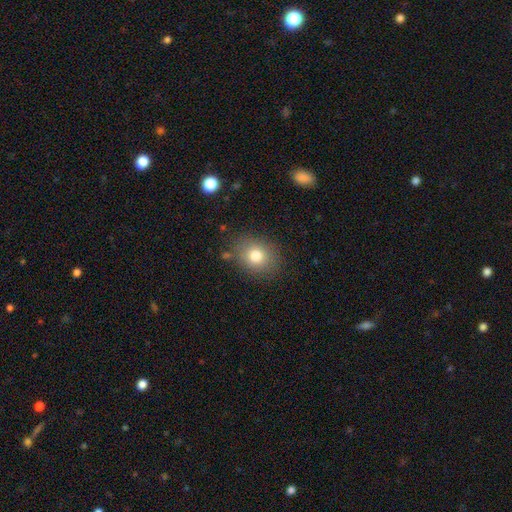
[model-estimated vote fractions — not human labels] Overall: smooth (79%). How rounded: round (59%; in between 41%). Merging: none (81%).